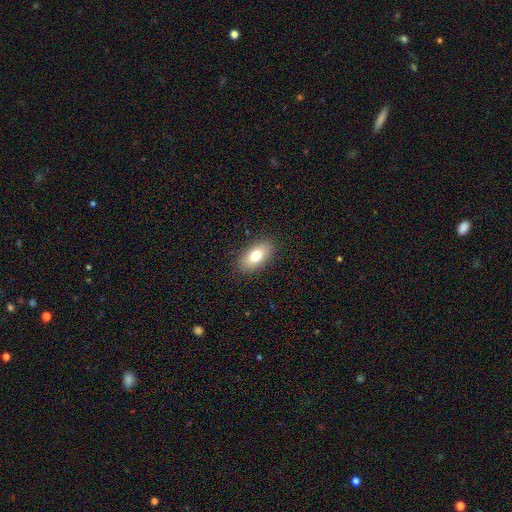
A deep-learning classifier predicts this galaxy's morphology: This appears to be a smooth galaxy with no disk features (75%) that is in between round and cigar-shaped (90%). Merging: none (88%).